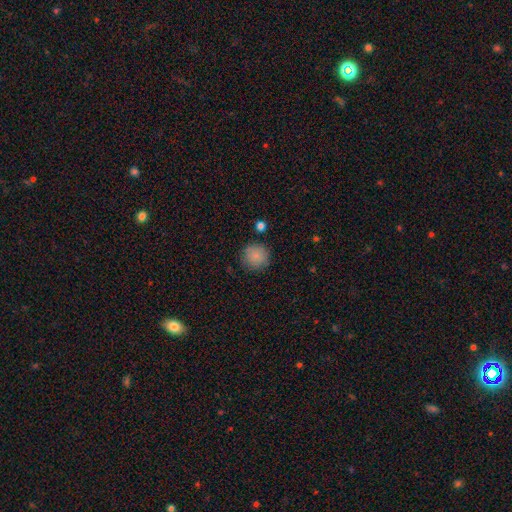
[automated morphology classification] Overall: smooth (86%). How rounded: round (94%). Merging: none (84%).